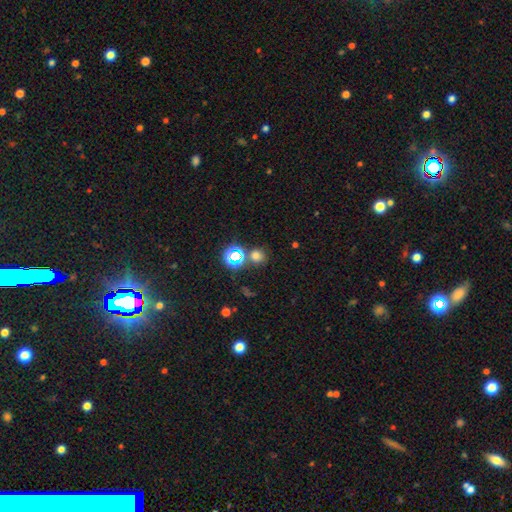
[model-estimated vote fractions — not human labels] This appears to be a smooth galaxy with no disk features (64%) that is round (85%). Merging: none (73%).